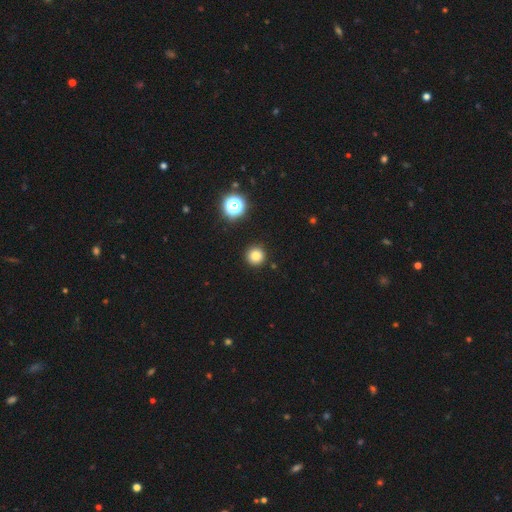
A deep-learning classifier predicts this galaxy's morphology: type=smooth (81%); roundness=round (96%); merging=none (92%).